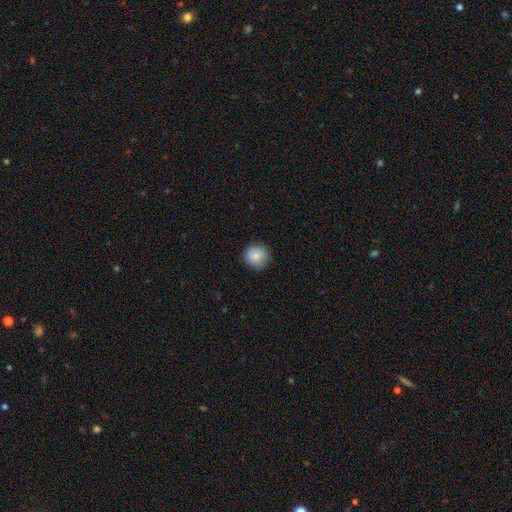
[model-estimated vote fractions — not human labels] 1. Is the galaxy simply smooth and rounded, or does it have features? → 85% smooth, 8% star or artifact, 7% featured or disk.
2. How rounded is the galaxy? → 93% round, 6% in between, 1% cigar-shaped.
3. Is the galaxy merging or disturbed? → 88% none, 9% minor disturbance, 2% major disturbance, 1% merger.